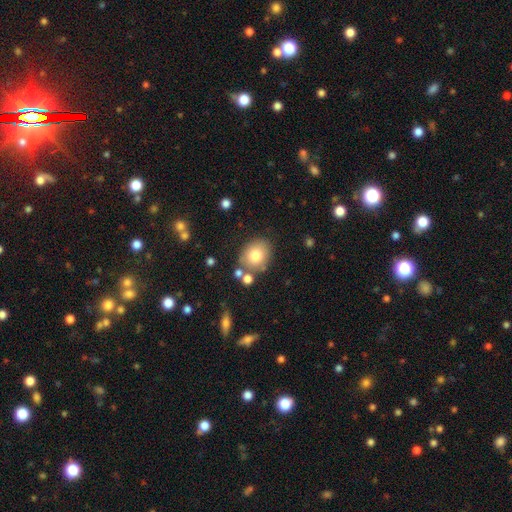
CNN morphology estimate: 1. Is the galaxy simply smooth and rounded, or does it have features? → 77% smooth, 14% featured or disk, 10% star or artifact.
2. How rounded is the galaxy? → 62% round, 37% in between, 1% cigar-shaped.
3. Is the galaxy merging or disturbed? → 73% none, 13% minor disturbance, 10% merger, 4% major disturbance.